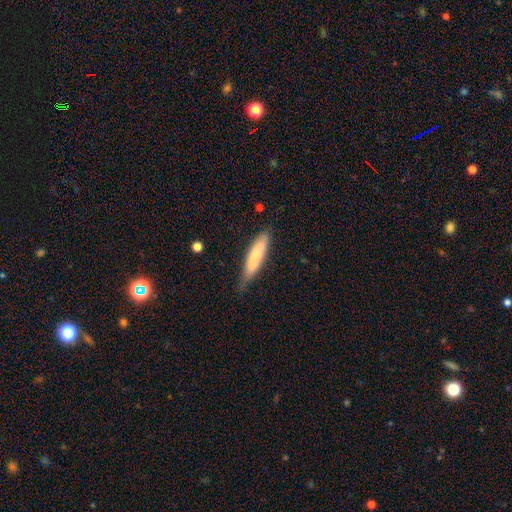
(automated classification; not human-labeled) Smooth or featured?
  - smooth: 73% *
  - featured or disk: 22%
  - star or artifact: 6%
How rounded?
  - cigar-shaped: 80% *
  - in between: 19%
  - round: 1%
Merging?
  - none: 69% *
  - minor disturbance: 25%
  - major disturbance: 4%
  - merger: 2%